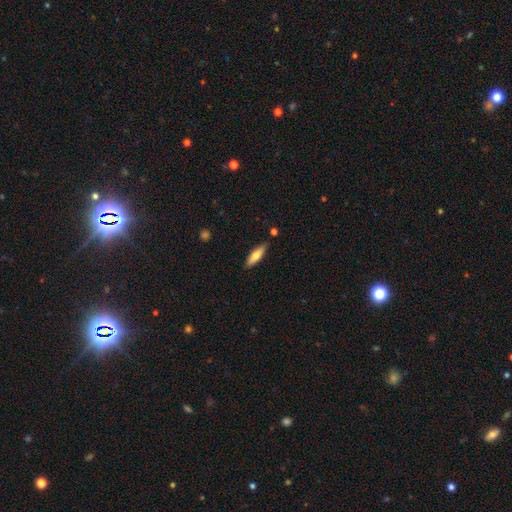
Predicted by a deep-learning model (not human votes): A smooth galaxy with no disk features (71%) that is cigar-shaped (59%).

Vote fractions:
- Smooth or featured? smooth: 71% / featured or disk: 23% / star or artifact: 6%
- How rounded? cigar-shaped: 59% / in between: 40% / round: 2%
- Merging? none: 83% / minor disturbance: 12% / merger: 3% / major disturbance: 2%